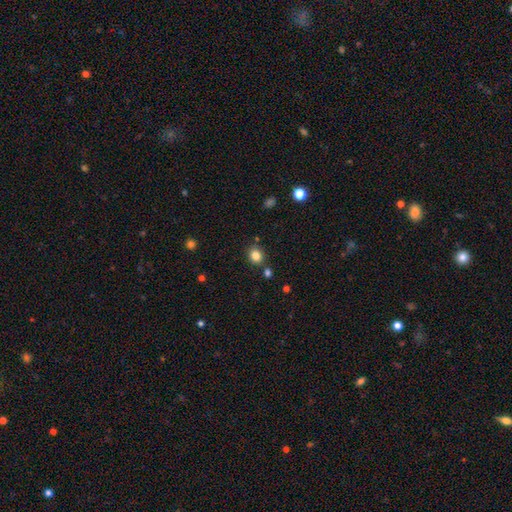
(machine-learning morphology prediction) smooth_or_featured: smooth (p=0.82) [alt: star or artifact p=0.12]
how_rounded: round (p=0.70) [alt: in between p=0.29]
merging: none (p=0.81) [alt: minor disturbance p=0.10]